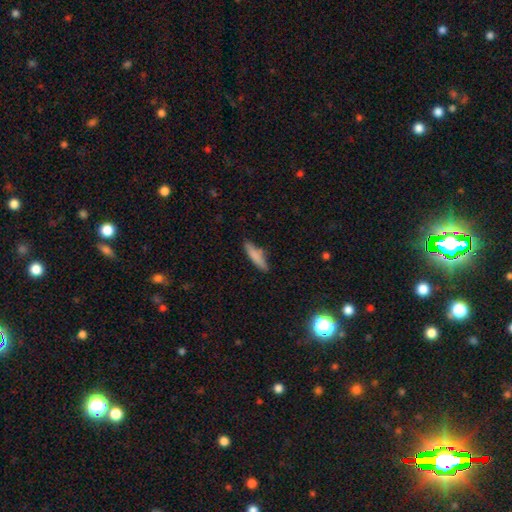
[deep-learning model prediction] smooth-or-featured: smooth: 79% | featured or disk: 14% | star or artifact: 7%
  how-rounded: cigar-shaped: 77% | in between: 21% | round: 2%
  merging: none: 77% | minor disturbance: 16% | merger: 4% | major disturbance: 3%